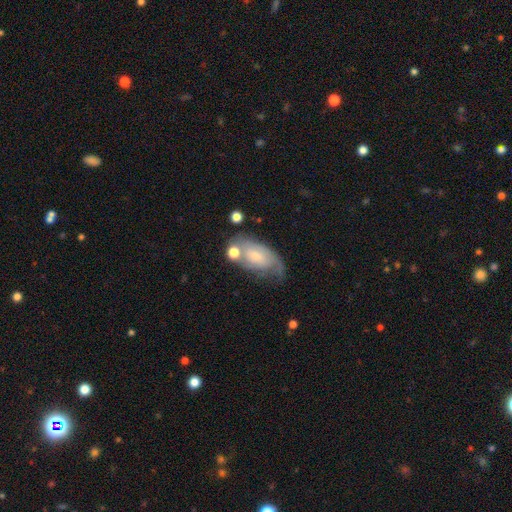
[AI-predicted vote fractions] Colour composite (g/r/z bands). It shows a featured or disk galaxy (55%) with no bar (66%), spiral arms (80%) and a small central bulge (48%). Merging: none (43%).